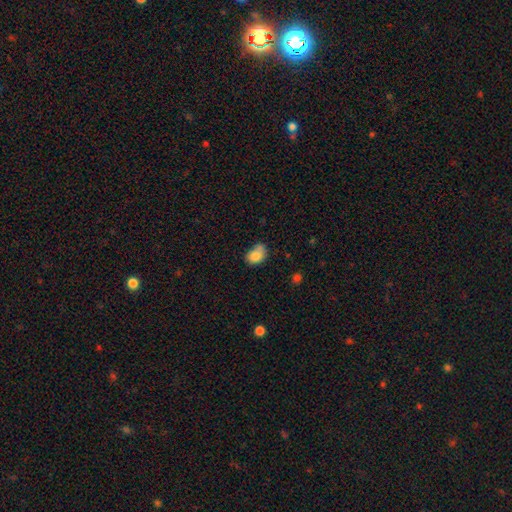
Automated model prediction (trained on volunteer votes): This appears to be a smooth galaxy with no disk features (80%) that is in between round and cigar-shaped (69%). Merging: none (40%).